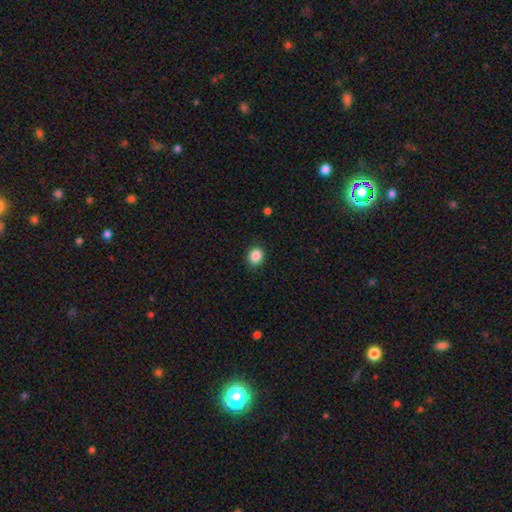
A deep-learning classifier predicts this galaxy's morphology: A smooth galaxy with no disk features (88%) that is round (70%).

Vote fractions:
- Smooth or featured? smooth: 88% / star or artifact: 9% / featured or disk: 3%
- How rounded? round: 70% / in between: 29% / cigar-shaped: 1%
- Merging? none: 89% / minor disturbance: 8% / major disturbance: 2% / merger: 1%